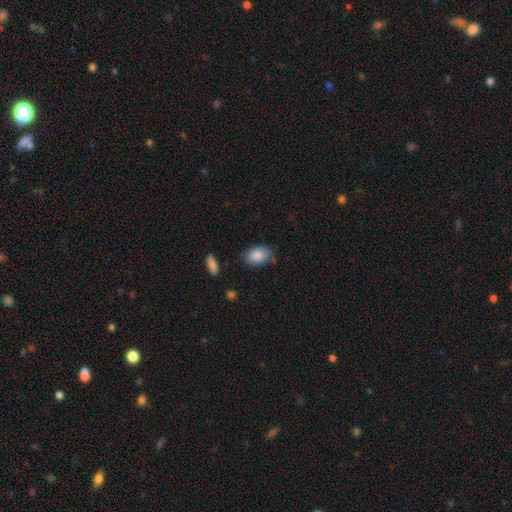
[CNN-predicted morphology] type=smooth (87%); roundness=in between (86%); merging=none (75%).